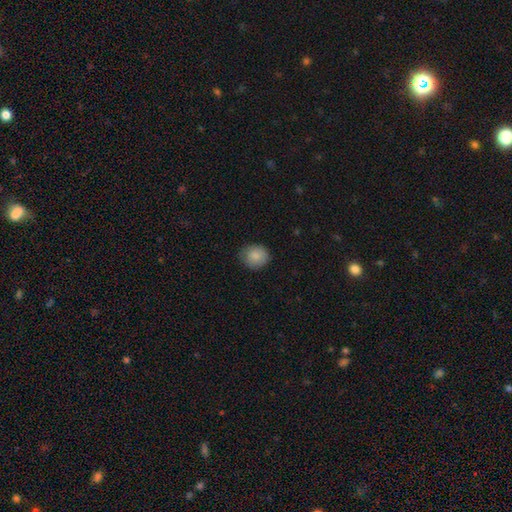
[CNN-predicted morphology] A smooth galaxy with no disk features (86%) that is round (81%).

Vote fractions:
- Smooth or featured? smooth: 86% / star or artifact: 8% / featured or disk: 6%
- How rounded? round: 81% / in between: 18% / cigar-shaped: 1%
- Merging? none: 79% / minor disturbance: 17% / major disturbance: 3% / merger: 1%